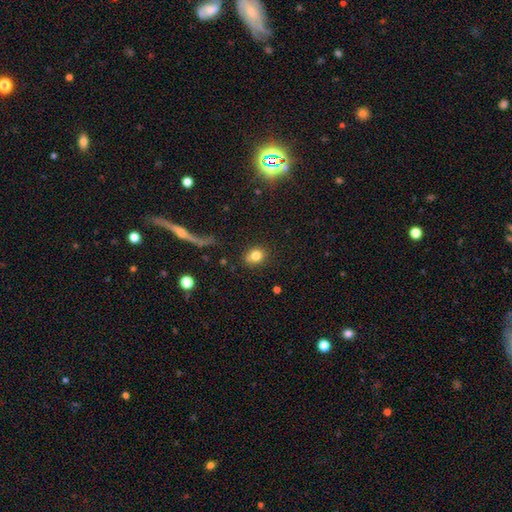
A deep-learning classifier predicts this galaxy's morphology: Overall: smooth (81%). How rounded: round (62%; in between 37%). Merging: none (79%).